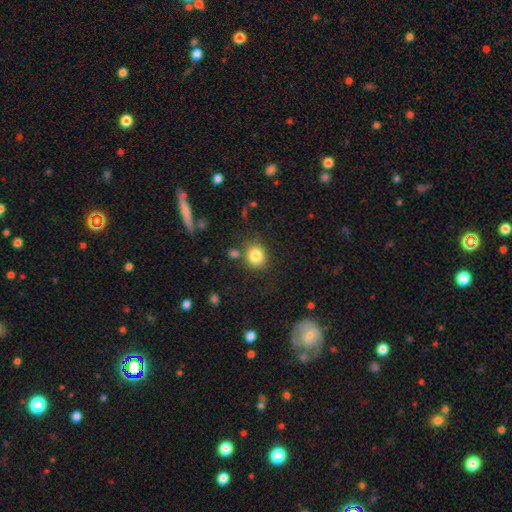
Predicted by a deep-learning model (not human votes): smooth-or-featured: smooth: 83% | star or artifact: 10% | featured or disk: 7%
  how-rounded: round: 78% | in between: 21% | cigar-shaped: 1%
  merging: none: 79% | minor disturbance: 11% | merger: 7% | major disturbance: 4%